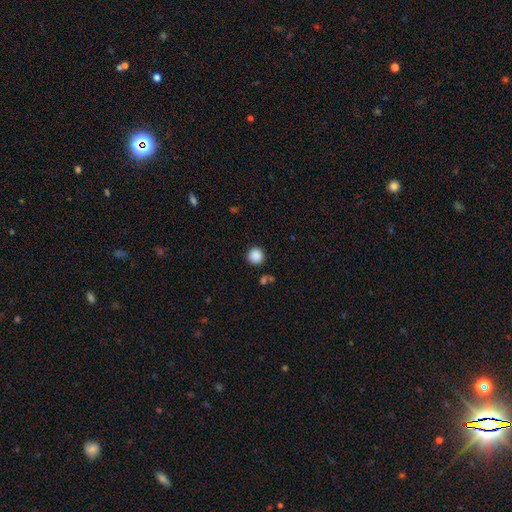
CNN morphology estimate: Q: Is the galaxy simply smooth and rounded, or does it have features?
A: smooth — 88%.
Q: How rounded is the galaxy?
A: round — 94%.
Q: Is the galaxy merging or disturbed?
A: none — 88%.